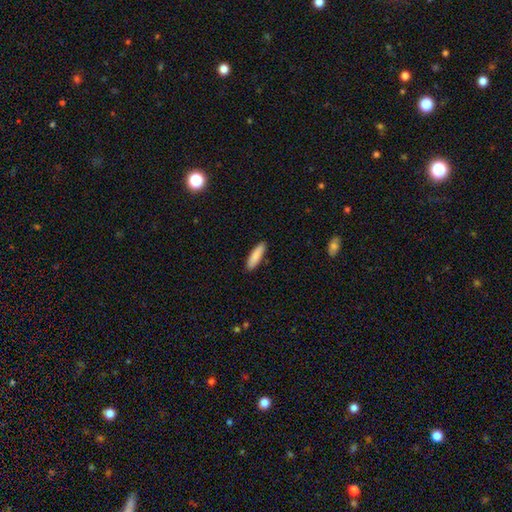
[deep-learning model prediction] Smooth or featured? smooth (86%)
How rounded? cigar-shaped (63%)
Merging? none (90%)